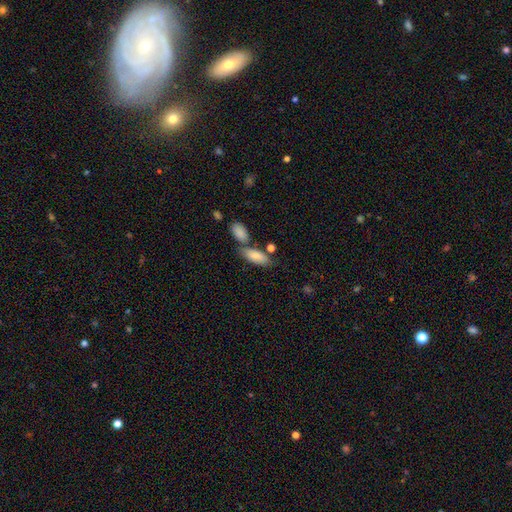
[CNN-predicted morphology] This is clearly a smooth galaxy (83%). How rounded: clearly in between (80%). Merging: possibly none (55%).